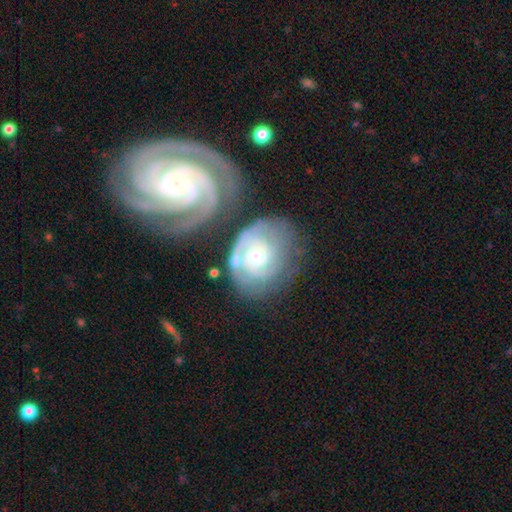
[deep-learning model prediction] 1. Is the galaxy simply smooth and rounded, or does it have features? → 81% featured or disk, 13% smooth, 5% star or artifact.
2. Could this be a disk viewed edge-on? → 97% no, 3% yes.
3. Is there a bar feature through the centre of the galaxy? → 74% no, 21% weak, 5% strong.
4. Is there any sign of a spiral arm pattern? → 92% yes, 8% no.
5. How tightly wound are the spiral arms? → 67% tight, 26% medium, 7% loose.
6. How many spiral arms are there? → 31% can't tell, 28% 2, 24% 3, 8% 1, 5% 4, 4% more than 4.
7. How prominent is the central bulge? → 54% moderate, 41% small, 3% large, 1% none, 1% dominant.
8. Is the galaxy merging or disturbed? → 42% none, 27% merger, 18% minor disturbance, 13% major disturbance.